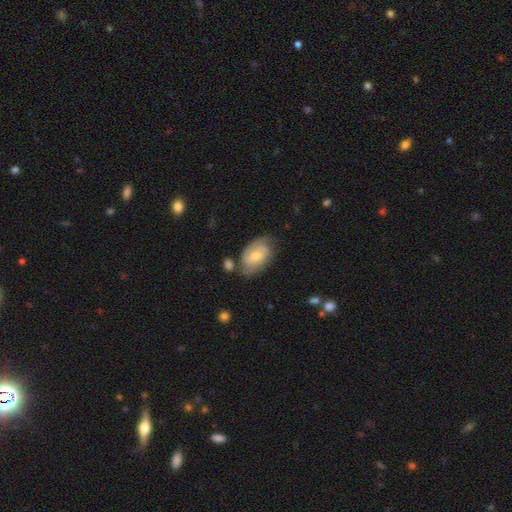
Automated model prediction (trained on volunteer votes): A featured or disk galaxy (59%) with no bar (45%), spiral arms (82%) and a moderate central bulge (57%).

Vote fractions:
- Smooth or featured? featured or disk: 59% / smooth: 34% / star or artifact: 7%
- Edge-on disk? no: 95% / yes: 5%
- Bar? no: 45% / weak: 43% / strong: 11%
- Spiral arms? yes: 82% / no: 18%
- Bulge size? moderate: 57% / small: 37% / large: 3% / none: 2% / dominant: 1%
- Merging? none: 64% / minor disturbance: 23% / major disturbance: 7% / merger: 6%